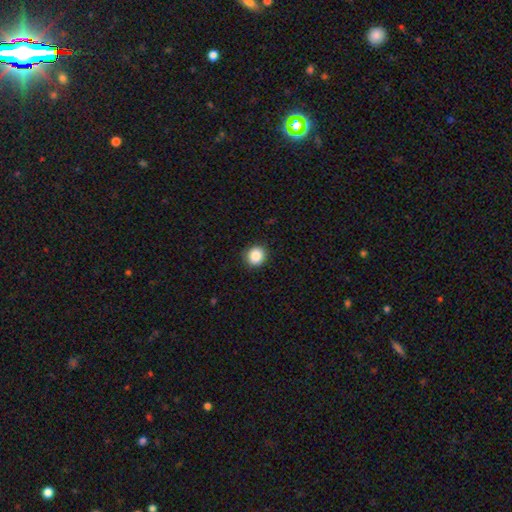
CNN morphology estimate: Smooth or featured? smooth (87%)
How rounded? round (87%)
Merging? none (91%)